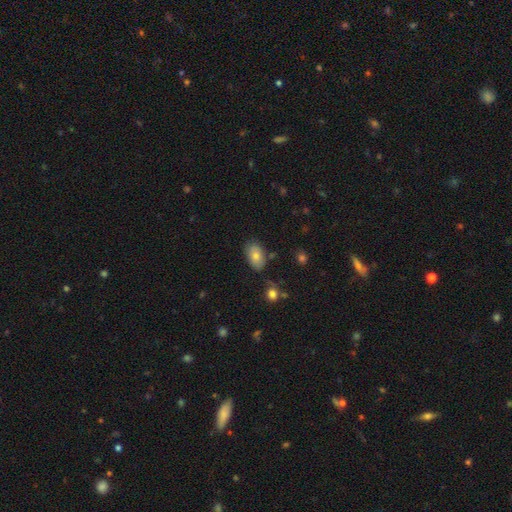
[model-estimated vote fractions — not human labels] A smooth galaxy with no disk features (74%) that is in between round and cigar-shaped (91%).

Vote fractions:
- Smooth or featured? smooth: 74% / featured or disk: 18% / star or artifact: 9%
- How rounded? in between: 91% / round: 7% / cigar-shaped: 2%
- Merging? none: 73% / minor disturbance: 19% / major disturbance: 4% / merger: 4%